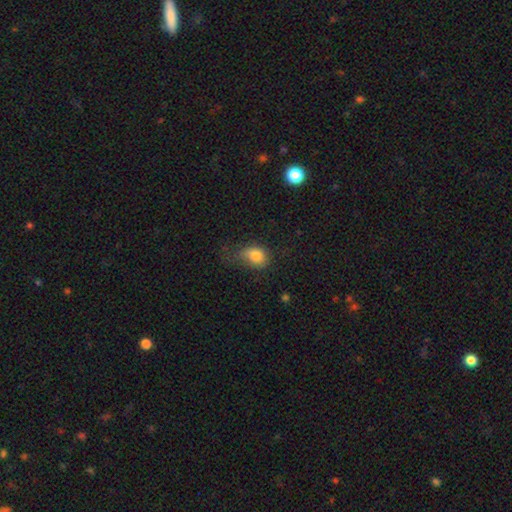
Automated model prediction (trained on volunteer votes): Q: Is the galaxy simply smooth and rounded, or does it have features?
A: smooth — 80%.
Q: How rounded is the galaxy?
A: in between — 64%.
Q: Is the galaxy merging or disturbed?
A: none — 37%.